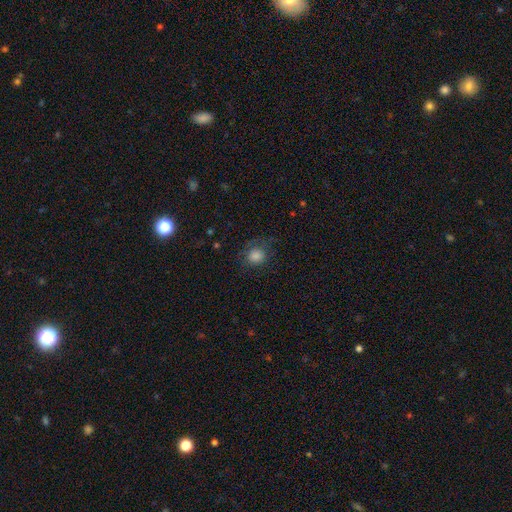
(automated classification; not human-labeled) This appears to be a smooth galaxy with no disk features (75%) that is round (80%). Merging: none (66%).